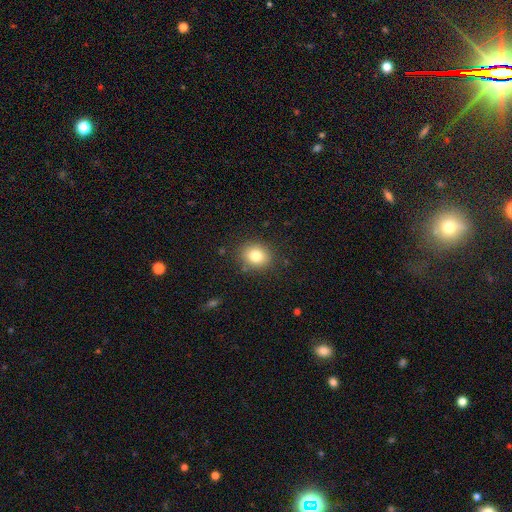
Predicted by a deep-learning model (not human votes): The model was most divided on "how rounded": round: 67%, in between: 32%, cigar-shaped: 1%. More confident: merging — none (86%); smooth or featured — smooth (80%).